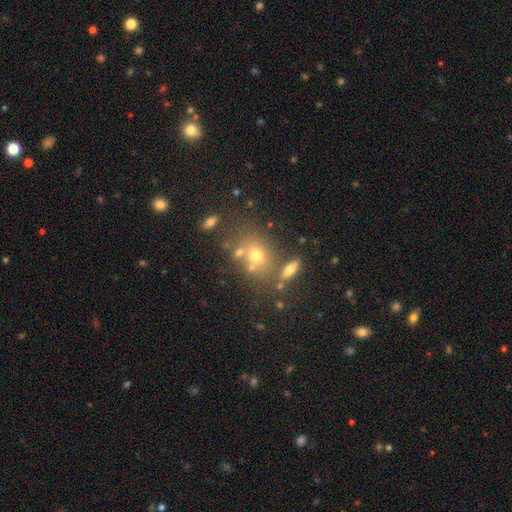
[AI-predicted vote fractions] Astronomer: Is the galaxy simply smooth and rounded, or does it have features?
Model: smooth — 62%.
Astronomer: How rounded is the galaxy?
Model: in between — 53% (runner-up: round, 45%).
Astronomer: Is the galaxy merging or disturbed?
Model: none — 57%.